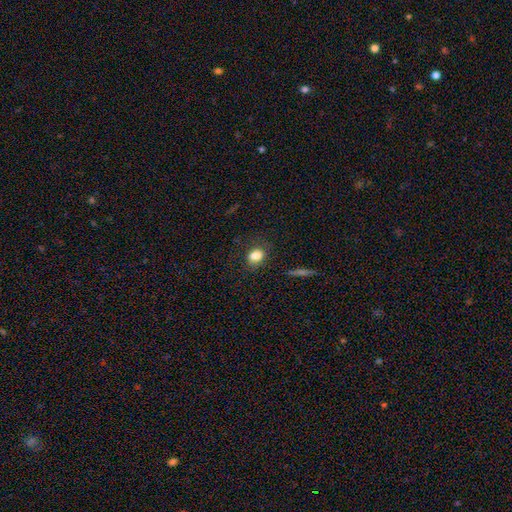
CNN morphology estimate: smooth 82%, star or artifact 10%, featured or disk 7%. Down the decision tree: how rounded — in between (62%); merging — none (74%).